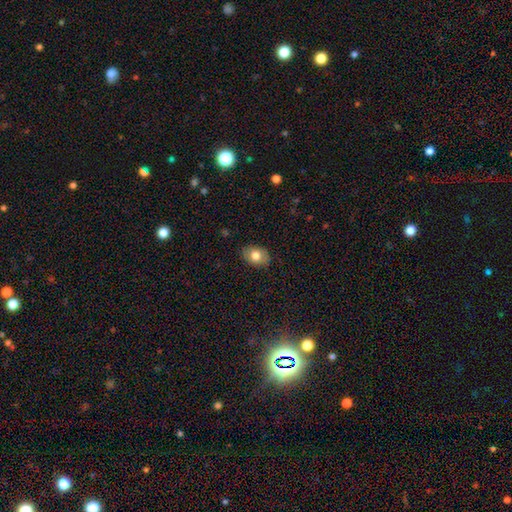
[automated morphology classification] Smooth or featured? smooth (78%)
How rounded? in between (76%)
Merging? none (86%)